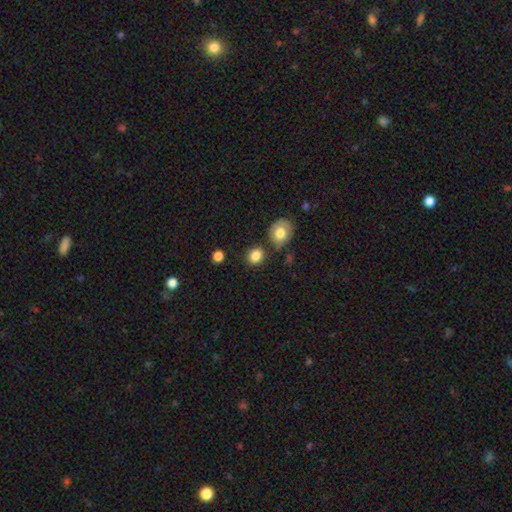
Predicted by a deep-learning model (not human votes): Q: Smooth or featured?
A: smooth (85%); runner-up: star or artifact (10%)
Q: How rounded?
A: round (74%); runner-up: in between (25%)
Q: Merging?
A: none (77%); runner-up: minor disturbance (11%)